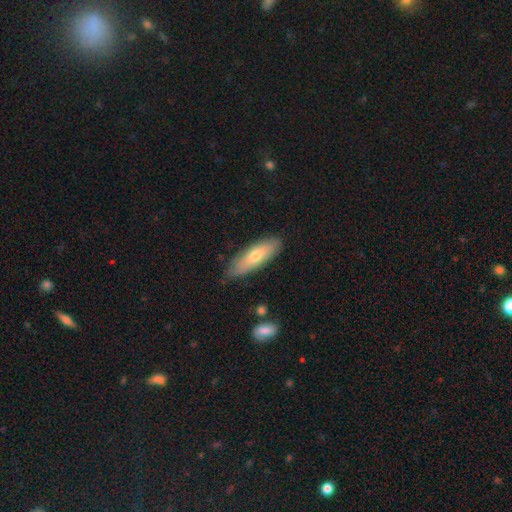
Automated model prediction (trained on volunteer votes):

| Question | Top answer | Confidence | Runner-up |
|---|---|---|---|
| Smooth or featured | smooth | 64% | featured or disk (30%) |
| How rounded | in between | 55% | cigar-shaped (43%) |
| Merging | none | 78% | minor disturbance (17%) |